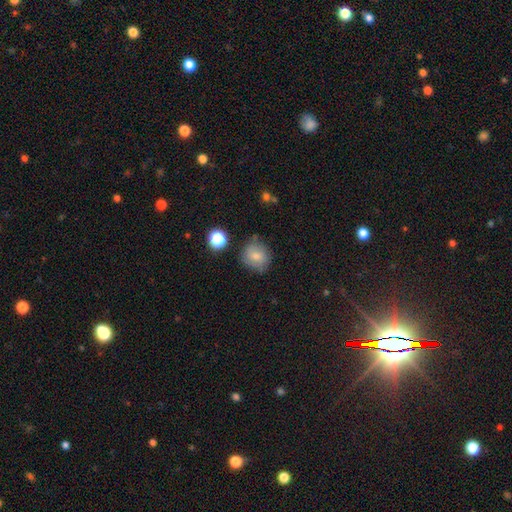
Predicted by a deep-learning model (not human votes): smooth_or_featured: smooth (p=0.72) [alt: featured or disk p=0.17]
how_rounded: round (p=0.82) [alt: in between p=0.17]
merging: none (p=0.70) [alt: minor disturbance p=0.20]